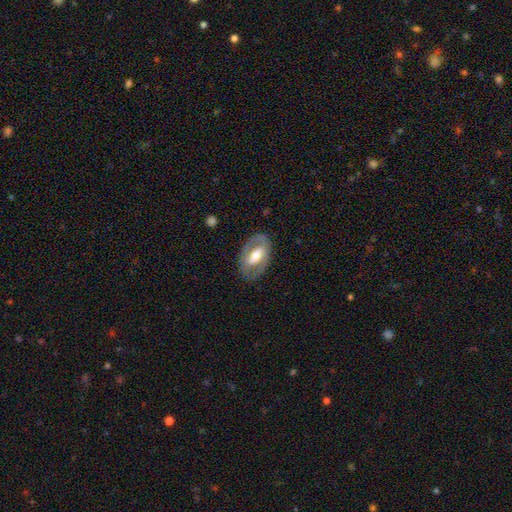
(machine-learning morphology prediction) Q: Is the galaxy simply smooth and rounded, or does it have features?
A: featured or disk — 57%.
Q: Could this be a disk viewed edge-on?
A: no — 90%.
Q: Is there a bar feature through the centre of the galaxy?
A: no — 36%.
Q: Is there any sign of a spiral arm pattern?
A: no — 66%.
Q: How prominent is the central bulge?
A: moderate — 63%.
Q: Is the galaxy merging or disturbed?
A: none — 78%.